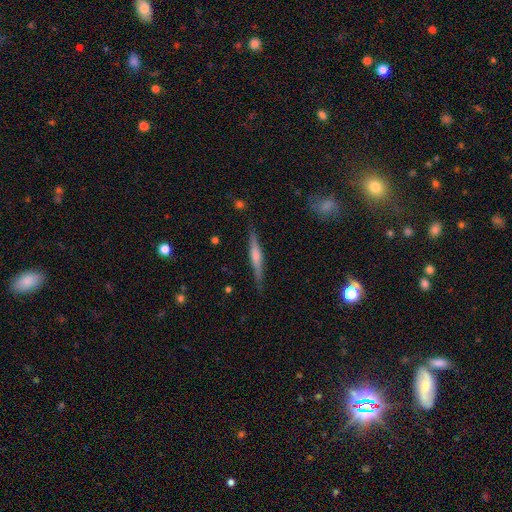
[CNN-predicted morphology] A featured or disk galaxy (59%) viewed edge-on (97%) with a rounded central bulge (62%).

Vote fractions:
- Smooth or featured? featured or disk: 59% / smooth: 35% / star or artifact: 6%
- Edge-on disk? yes: 97% / no: 3%
- Edge-on bulge? rounded: 62% / boxy: 21% / none: 17%
- Merging? none: 85% / minor disturbance: 11% / major disturbance: 2% / merger: 1%